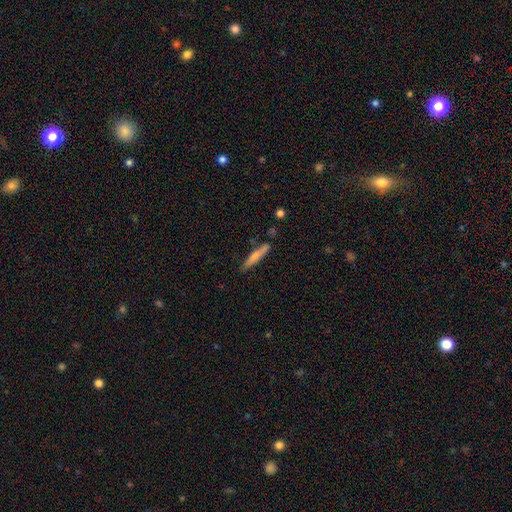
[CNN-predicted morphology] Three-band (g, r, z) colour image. It shows a smooth galaxy with no disk features (71%) that is cigar-shaped (91%). Merging: none (79%).